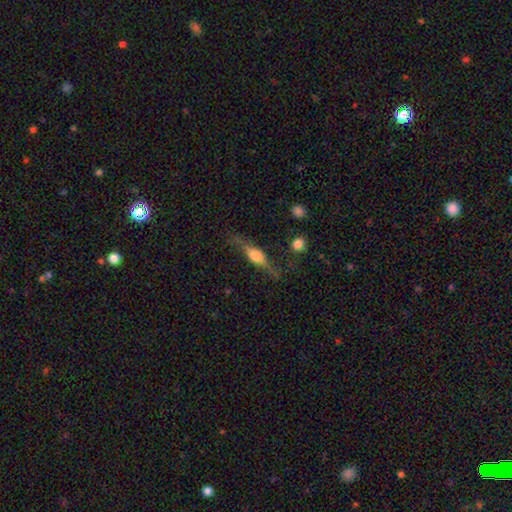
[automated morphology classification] type=featured or disk (68%); edge-on=yes (93%); edge-on bulge=rounded (87%); merging=none (74%).